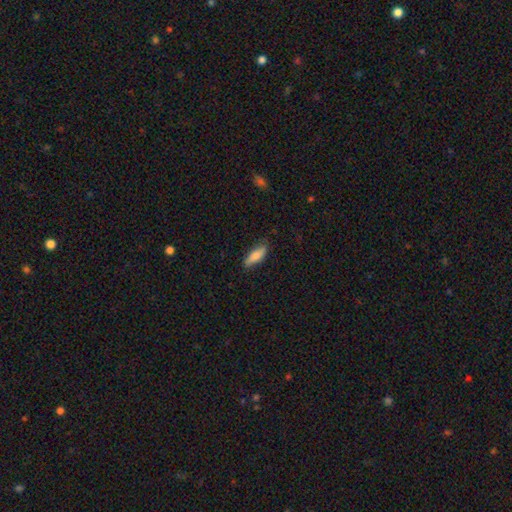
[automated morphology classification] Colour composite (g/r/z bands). It shows a smooth galaxy with no disk features (76%) that is in between round and cigar-shaped (56%). Merging: none (77%).